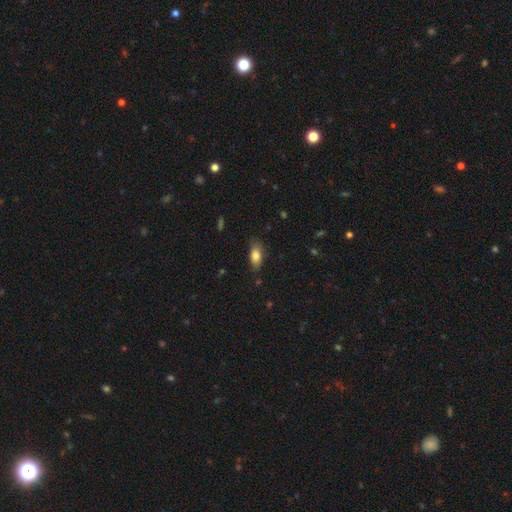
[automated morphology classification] smooth 82%, featured or disk 10%, star or artifact 8%. Down the decision tree: how rounded — in between (86%); merging — none (80%).